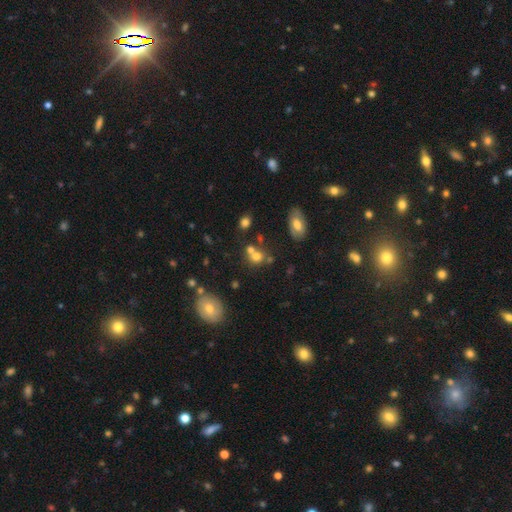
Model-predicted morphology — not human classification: A smooth galaxy with no disk features (70%) that is round (77%). Merging: none (47%).